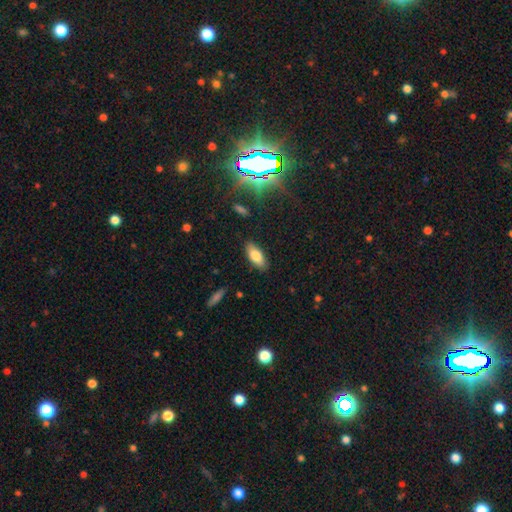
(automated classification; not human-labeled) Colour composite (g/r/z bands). It shows a smooth galaxy with no disk features (80%) that is in between round and cigar-shaped (83%). Merging: none (84%).